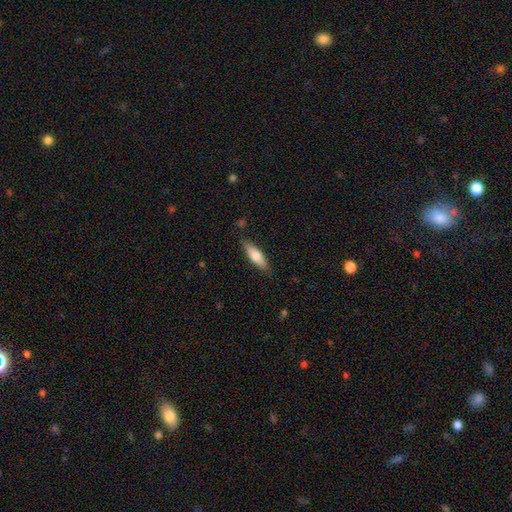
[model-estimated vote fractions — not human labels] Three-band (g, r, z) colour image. It shows a smooth galaxy with no disk features (67%) that is cigar-shaped (57%). Merging: none (84%).